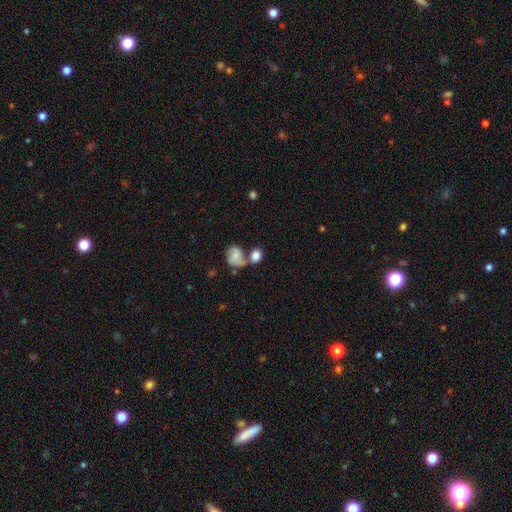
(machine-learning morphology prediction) Q: Smooth or featured?
A: smooth (71%); runner-up: featured or disk (20%)
Q: How rounded?
A: round (55%); runner-up: in between (44%)
Q: Merging?
A: merger (46%); runner-up: none (36%)